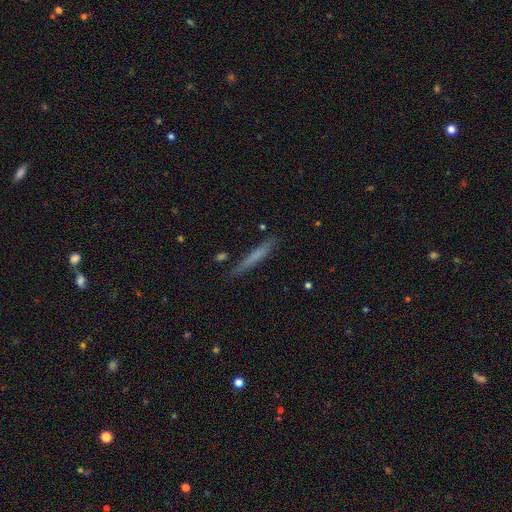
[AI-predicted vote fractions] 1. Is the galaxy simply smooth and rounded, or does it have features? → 63% smooth, 30% featured or disk, 7% star or artifact.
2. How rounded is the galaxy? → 96% cigar-shaped, 3% in between, 1% round.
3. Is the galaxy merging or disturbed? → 85% none, 11% minor disturbance, 2% major disturbance, 2% merger.